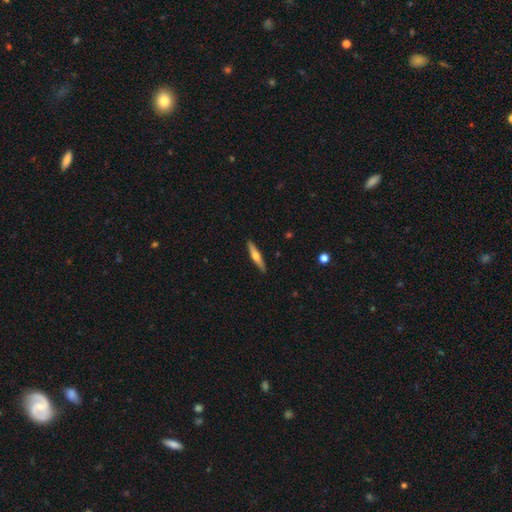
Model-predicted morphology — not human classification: Smooth or featured?
  - featured or disk: 51% *
  - smooth: 43%
  - star or artifact: 5%
Edge-on disk?
  - yes: 95% *
  - no: 5%
Merging?
  - none: 91% *
  - minor disturbance: 7%
  - major disturbance: 1%
  - merger: 1%